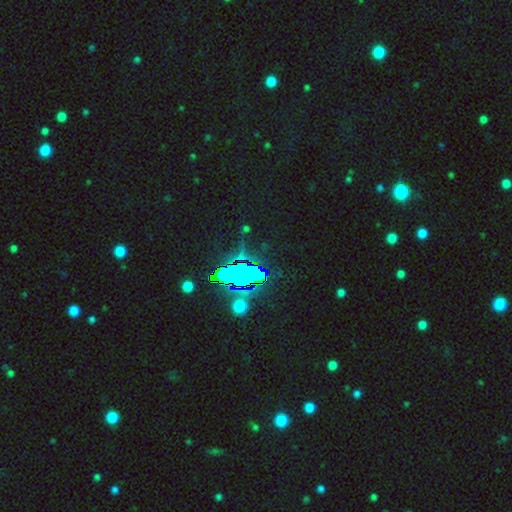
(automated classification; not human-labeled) Overall: star or artifact (78%).